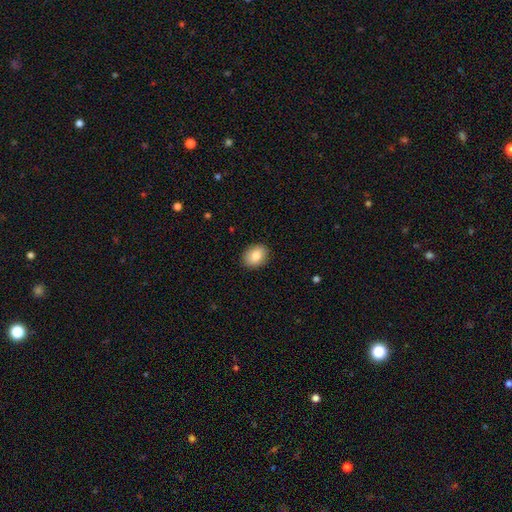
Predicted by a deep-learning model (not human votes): Smooth or featured? smooth (84%)
How rounded? in between (59%)
Merging? none (89%)